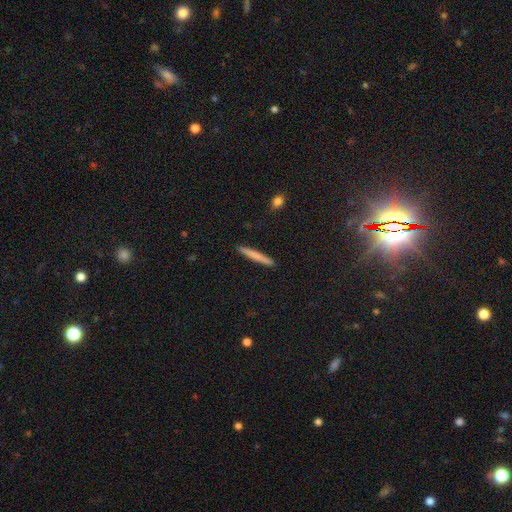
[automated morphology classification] Smooth or featured? Predicted: smooth (p=0.72). How rounded? Predicted: cigar-shaped (p=0.96). Merging? Predicted: none (p=0.92).